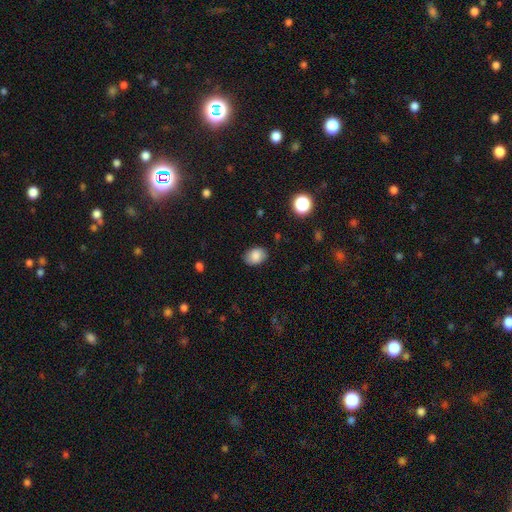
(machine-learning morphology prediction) smooth-or-featured: smooth: 85% | star or artifact: 9% | featured or disk: 7%
  how-rounded: in between: 72% | round: 27% | cigar-shaped: 1%
  merging: none: 84% | minor disturbance: 12% | major disturbance: 3% | merger: 1%